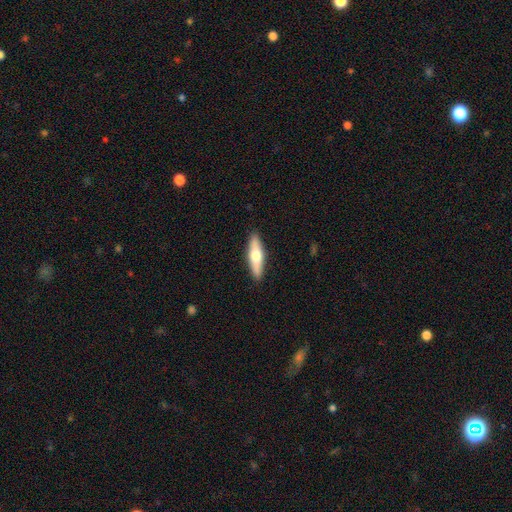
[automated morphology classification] smooth-or-featured: smooth: 53% | featured or disk: 42% | star or artifact: 5%
  how-rounded: cigar-shaped: 62% | in between: 35% | round: 2%
  merging: none: 90% | minor disturbance: 7% | major disturbance: 2% | merger: 1%